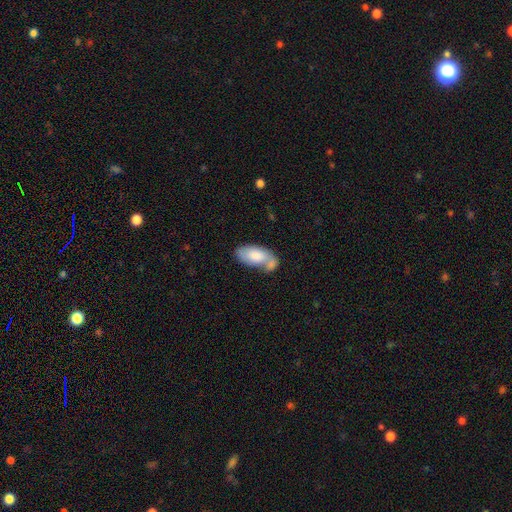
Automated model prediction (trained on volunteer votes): smooth 74%, featured or disk 20%, star or artifact 6%. Down the decision tree: how rounded — in between (92%); merging — merger (42%).